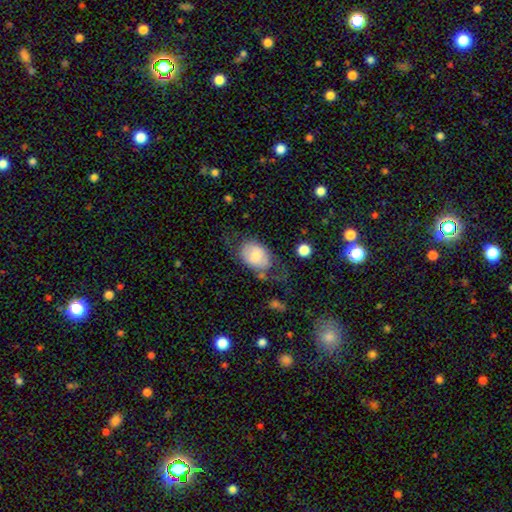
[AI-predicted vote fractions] Smooth or featured? smooth (65%)
How rounded? in between (78%)
Merging? none (42%)